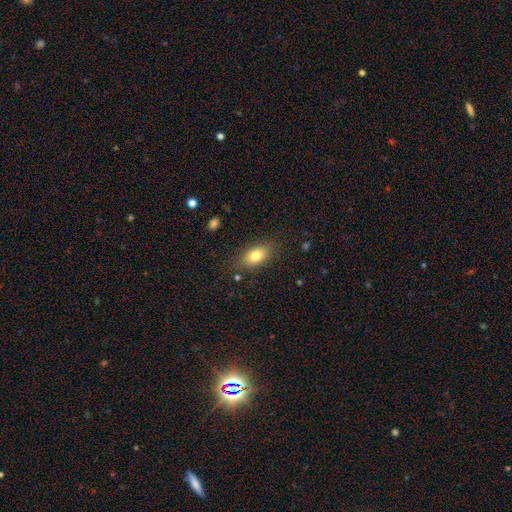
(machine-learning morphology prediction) Overall: smooth (78%). How rounded: in between (85%). Merging: none (81%).